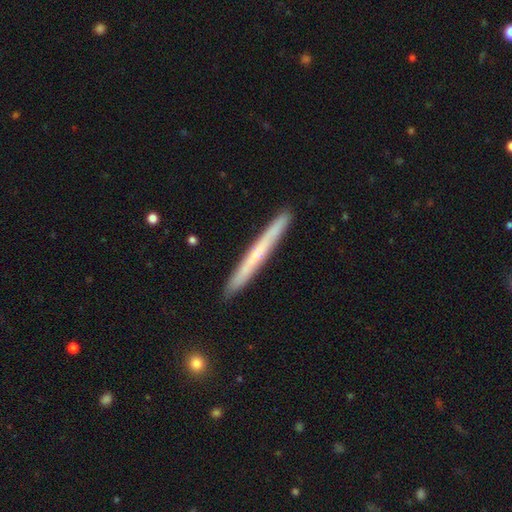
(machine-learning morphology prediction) featured or disk 48%, smooth 45%, star or artifact 6%. Down the decision tree: merging — none (91%).